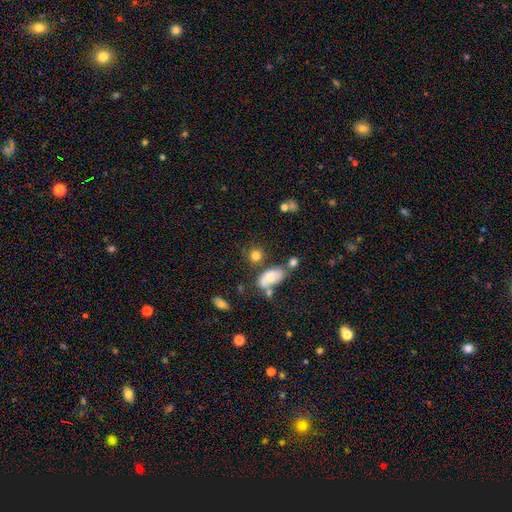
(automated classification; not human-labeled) Smooth or featured? Predicted: smooth (p=0.77). How rounded? Predicted: round (p=0.65). Merging? Predicted: none (p=0.56).